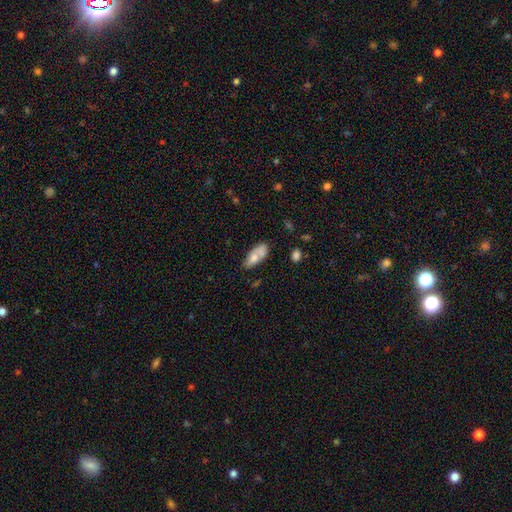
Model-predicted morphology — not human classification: Smooth or featured: smooth — 68% (featured or disk — 25%)
How rounded: in between — 83% (cigar-shaped — 13%)
Merging: none — 45% (minor disturbance — 24%)